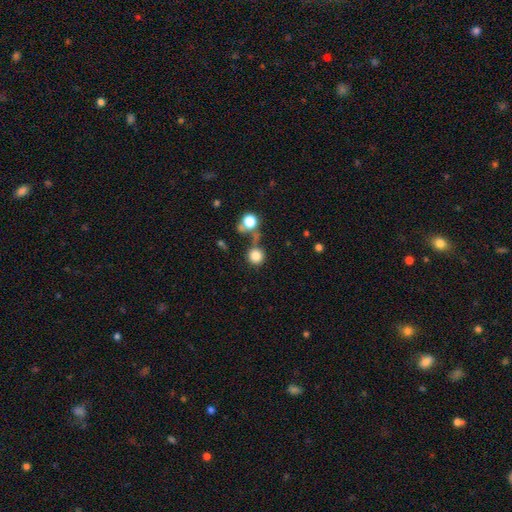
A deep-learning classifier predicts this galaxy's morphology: The model was most divided on "merging": none: 66%, merger: 18%, minor disturbance: 11%, major disturbance: 6%. More confident: how rounded — round (93%); smooth or featured — smooth (81%).